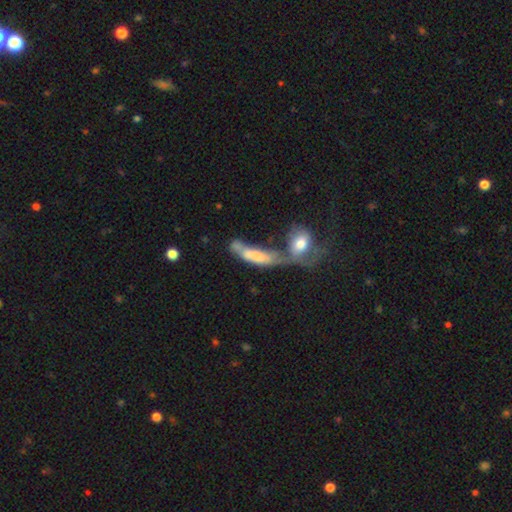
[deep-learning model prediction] Smooth or featured? smooth (52%)
How rounded? cigar-shaped (48%)
Merging? merger (63%)